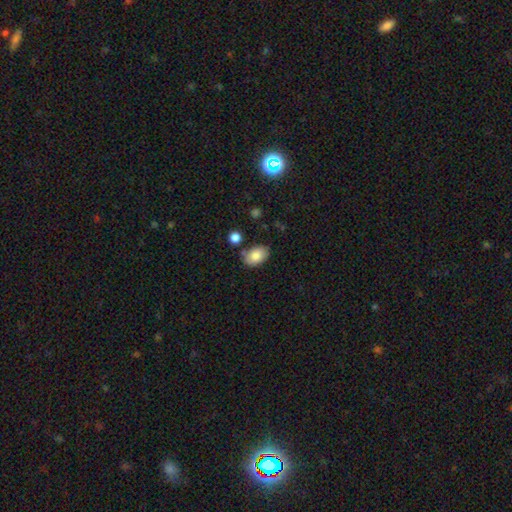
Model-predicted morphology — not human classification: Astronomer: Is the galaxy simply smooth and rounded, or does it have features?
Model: smooth — 82%.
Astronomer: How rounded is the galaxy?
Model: in between — 85%.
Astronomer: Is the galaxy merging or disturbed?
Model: none — 72%.